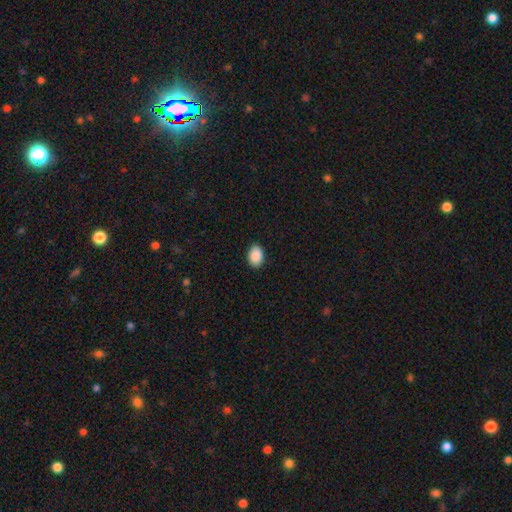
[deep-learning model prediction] This is clearly a smooth galaxy (90%). How rounded: clearly in between (83%). Merging: clearly none (90%).